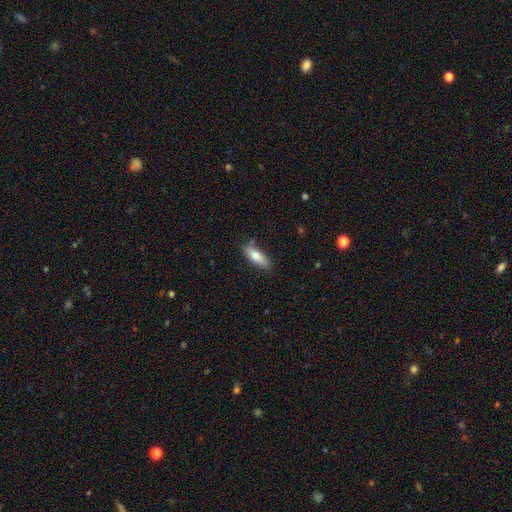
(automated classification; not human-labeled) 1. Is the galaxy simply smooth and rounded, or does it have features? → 72% smooth, 22% featured or disk, 6% star or artifact.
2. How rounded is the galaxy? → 63% in between, 35% cigar-shaped, 2% round.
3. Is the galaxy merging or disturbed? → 72% none, 20% minor disturbance, 4% merger, 4% major disturbance.